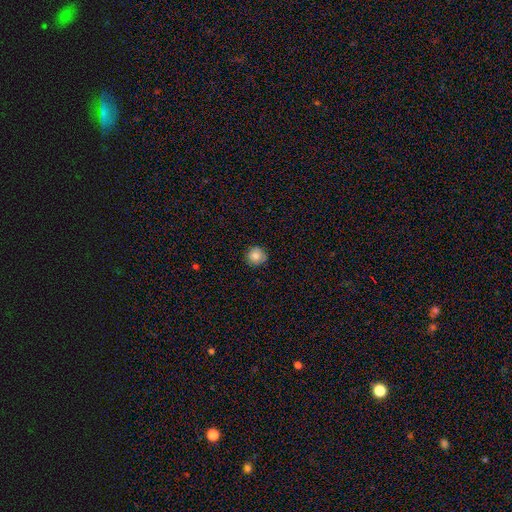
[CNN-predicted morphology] The model was most divided on "merging": none: 83%, minor disturbance: 13%, major disturbance: 2%, merger: 1%. More confident: how rounded — round (92%); smooth or featured — smooth (81%).